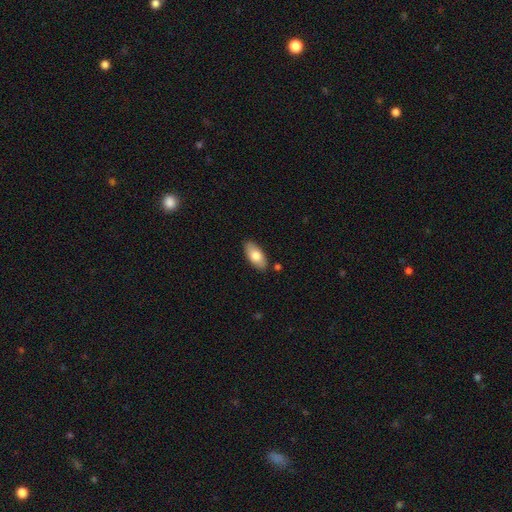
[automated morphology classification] Smooth or featured?
  - smooth: 76% *
  - featured or disk: 18%
  - star or artifact: 6%
How rounded?
  - in between: 90% *
  - cigar-shaped: 7%
  - round: 3%
Merging?
  - none: 86% *
  - minor disturbance: 10%
  - merger: 2%
  - major disturbance: 2%